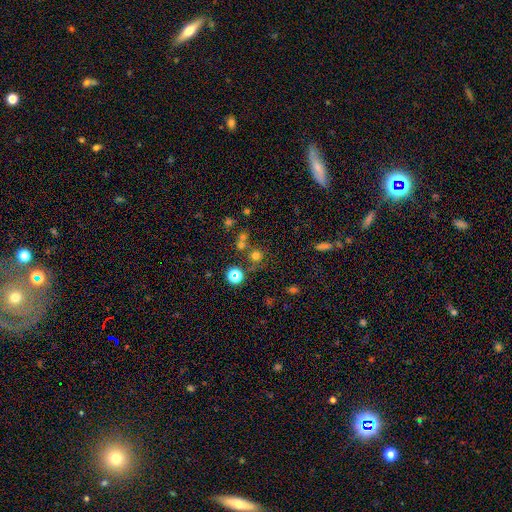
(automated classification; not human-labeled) smooth 63%, star or artifact 28%, featured or disk 9%. Down the decision tree: how rounded — round (92%); merging — none (68%).